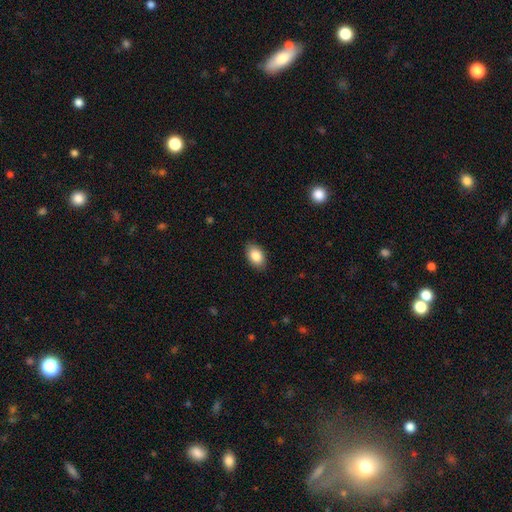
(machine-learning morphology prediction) This is clearly a smooth galaxy (86%). How rounded: clearly in between (91%). Merging: clearly none (87%).